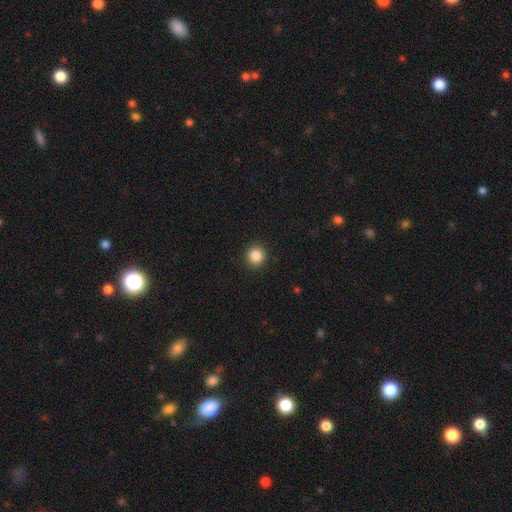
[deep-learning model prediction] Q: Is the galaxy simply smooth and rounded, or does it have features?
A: smooth — 86%.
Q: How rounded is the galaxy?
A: round — 92%.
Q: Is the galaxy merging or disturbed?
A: none — 92%.